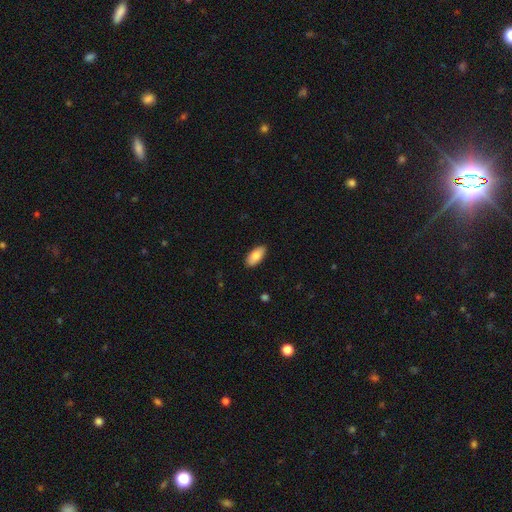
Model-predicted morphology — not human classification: Smooth or featured: smooth — 82% (featured or disk — 12%)
How rounded: in between — 92% (cigar-shaped — 6%)
Merging: none — 89% (minor disturbance — 8%)